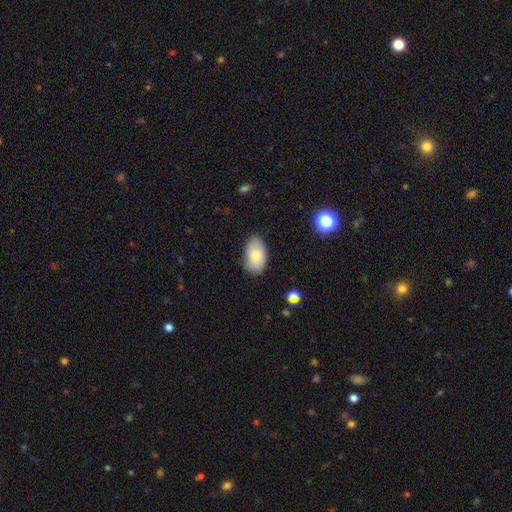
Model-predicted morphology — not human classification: The model was most divided on "smooth or featured": smooth: 78%, featured or disk: 15%, star or artifact: 7%. More confident: how rounded — in between (94%); merging — none (79%).